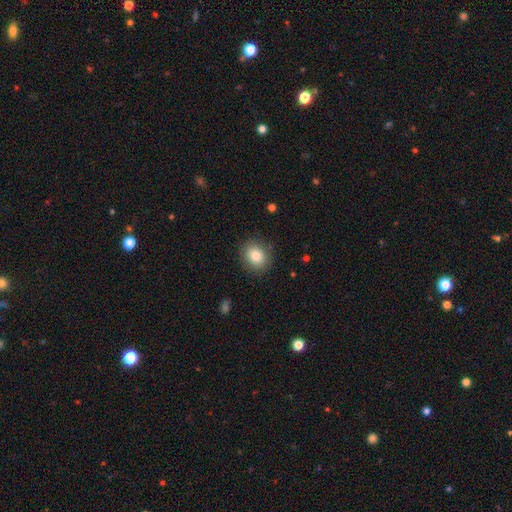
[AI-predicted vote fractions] A smooth galaxy with no disk features (82%) that is round (65%).

Vote fractions:
- Smooth or featured? smooth: 82% / star or artifact: 9% / featured or disk: 9%
- How rounded? round: 65% / in between: 34% / cigar-shaped: 1%
- Merging? none: 87% / minor disturbance: 9% / major disturbance: 3% / merger: 1%